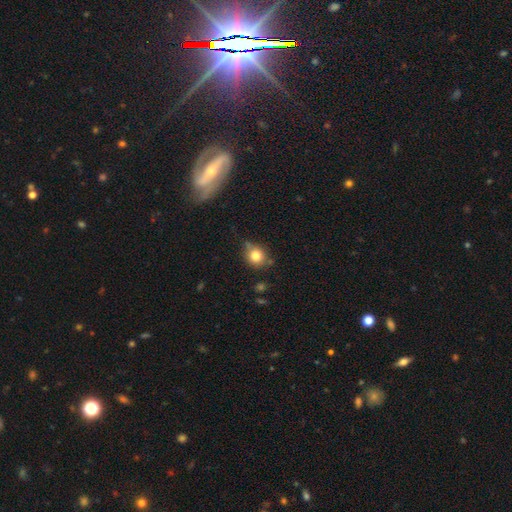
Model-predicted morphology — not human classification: A smooth galaxy with no disk features (80%) that is round (77%).

Vote fractions:
- Smooth or featured? smooth: 80% / star or artifact: 11% / featured or disk: 9%
- How rounded? round: 77% / in between: 22% / cigar-shaped: 1%
- Merging? none: 68% / minor disturbance: 20% / merger: 7% / major disturbance: 4%